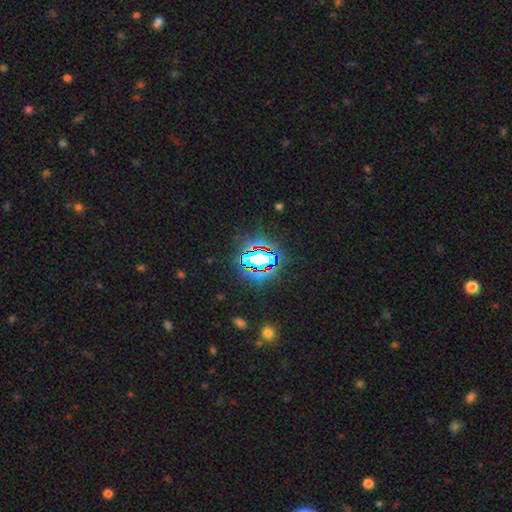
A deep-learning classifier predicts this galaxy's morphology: Overall: star or artifact (78%).